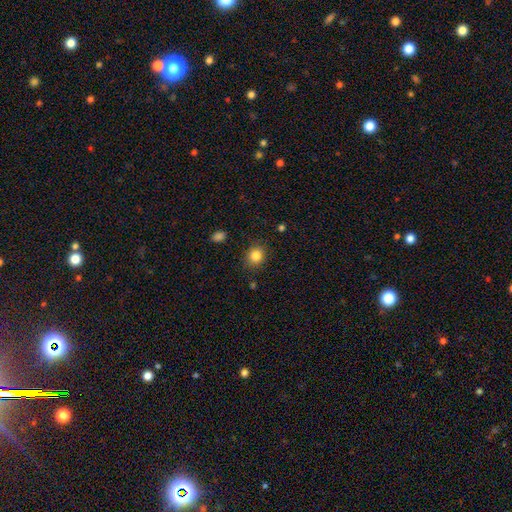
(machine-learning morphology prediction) This is clearly a smooth galaxy (85%). How rounded: likely round (74%). Merging: clearly none (85%).